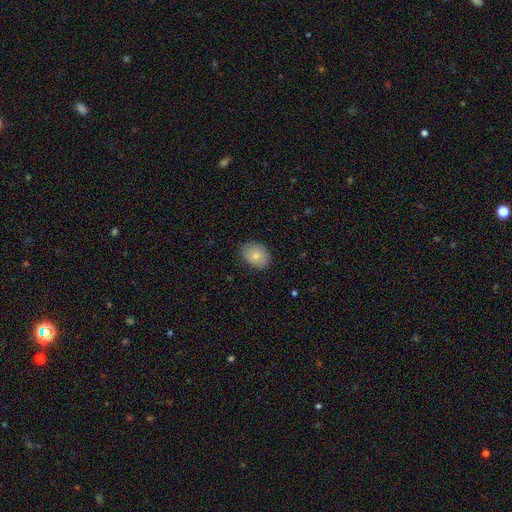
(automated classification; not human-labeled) smooth_or_featured: smooth (p=0.78) [alt: featured or disk p=0.15]
how_rounded: in between (p=0.66) [alt: round p=0.33]
merging: none (p=0.80) [alt: minor disturbance p=0.16]